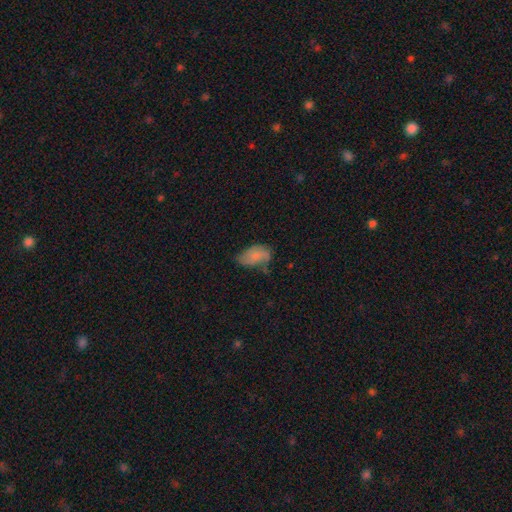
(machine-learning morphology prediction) Q: Smooth or featured?
A: smooth (71%); runner-up: featured or disk (20%)
Q: How rounded?
A: in between (92%); runner-up: round (5%)
Q: Merging?
A: none (44%); runner-up: minor disturbance (37%)